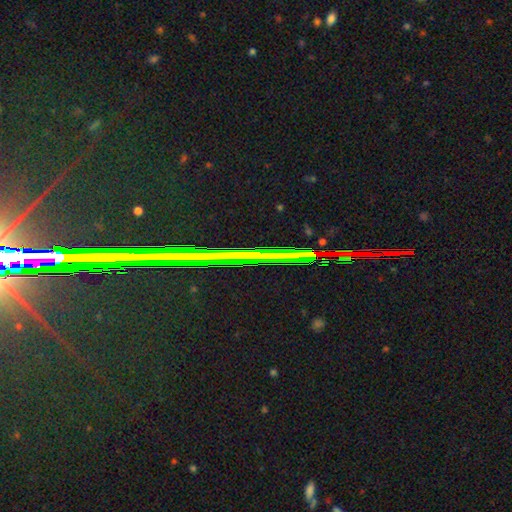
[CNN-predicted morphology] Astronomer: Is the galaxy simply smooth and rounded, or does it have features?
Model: star or artifact — 80%.